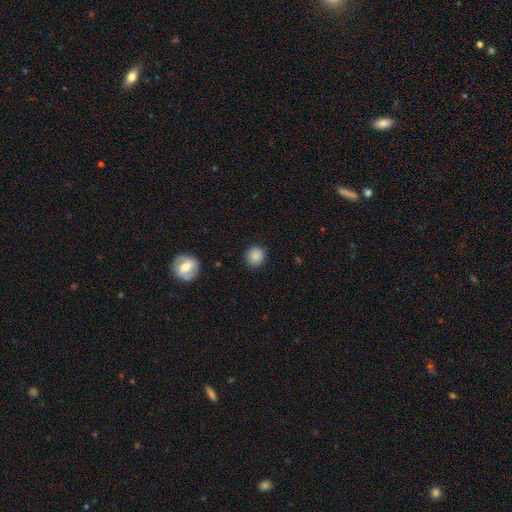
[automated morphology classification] smooth 86%, star or artifact 9%, featured or disk 4%. Down the decision tree: how rounded — round (89%); merging — none (89%).